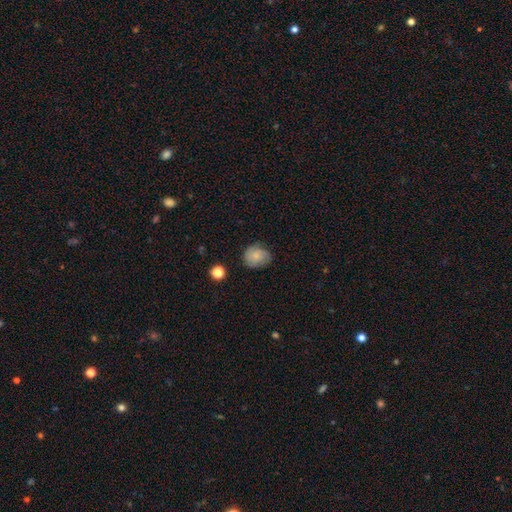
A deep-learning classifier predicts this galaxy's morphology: smooth_or_featured: smooth (p=0.70) [alt: featured or disk p=0.21]
how_rounded: round (p=0.70) [alt: in between p=0.29]
merging: none (p=0.70) [alt: minor disturbance p=0.23]